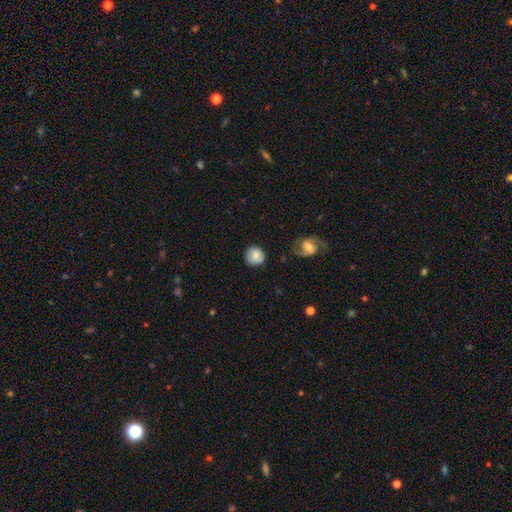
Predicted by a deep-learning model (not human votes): A smooth galaxy with no disk features (75%) that is round (88%). Merging: none (77%).